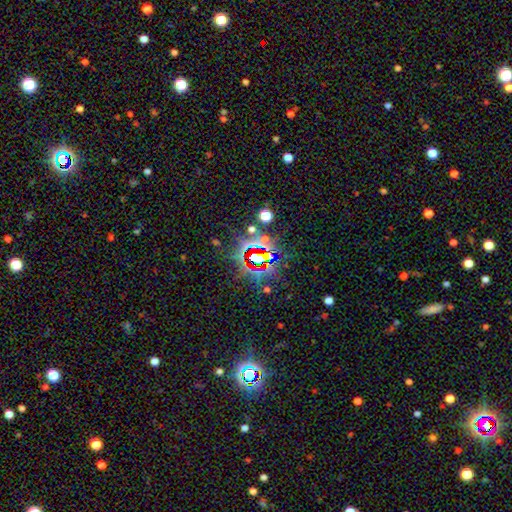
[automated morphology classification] Smooth or featured? star or artifact (78%)